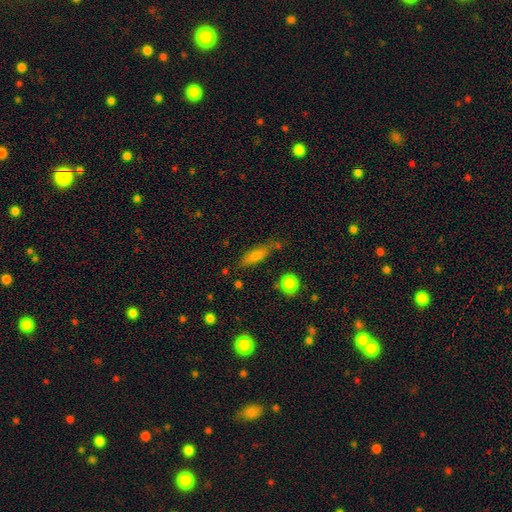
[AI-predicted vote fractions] smooth-or-featured: smooth: 73% | featured or disk: 17% | star or artifact: 9%
  how-rounded: cigar-shaped: 49% | in between: 47% | round: 4%
  merging: none: 69% | minor disturbance: 19% | major disturbance: 6% | merger: 5%